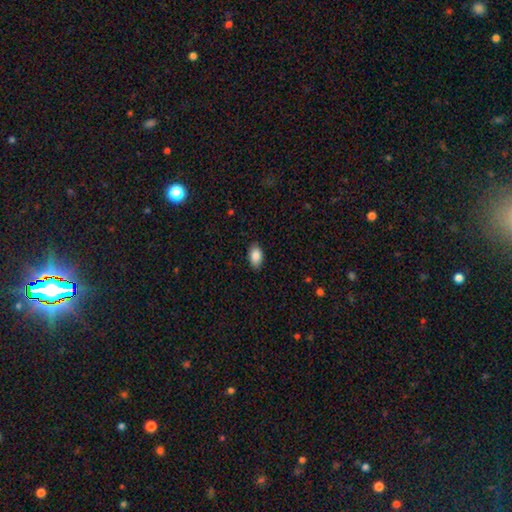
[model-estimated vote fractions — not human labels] Morphology: type=smooth (88%); roundness=in between (93%); merging=none (88%).